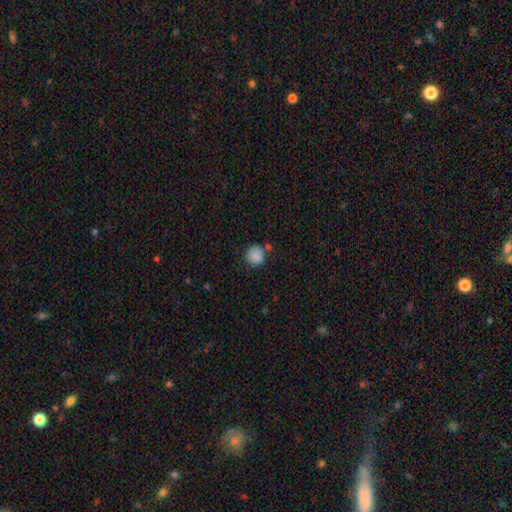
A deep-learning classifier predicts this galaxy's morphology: smooth_or_featured: smooth (p=0.86) [alt: star or artifact p=0.09]
how_rounded: round (p=0.89) [alt: in between p=0.10]
merging: none (p=0.70) [alt: minor disturbance p=0.17]